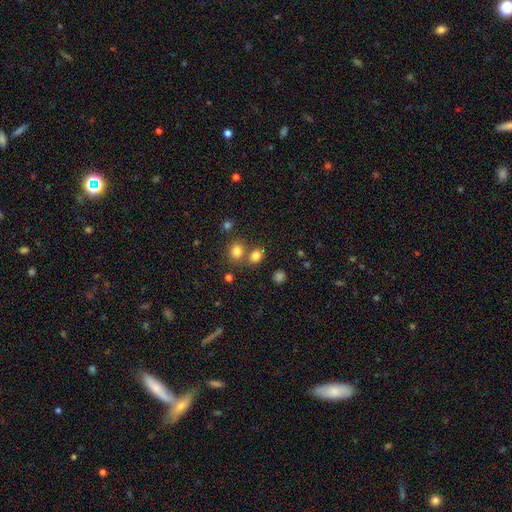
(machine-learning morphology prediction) Smooth or featured? smooth (80%)
How rounded? round (50%)
Merging? none (62%)